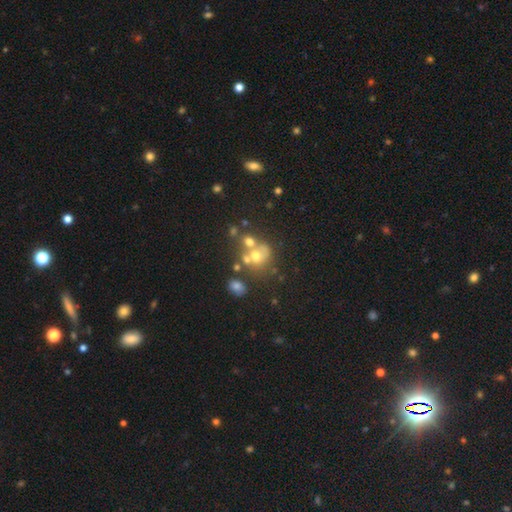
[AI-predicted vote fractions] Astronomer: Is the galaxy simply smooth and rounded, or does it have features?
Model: smooth — 51% (runner-up: featured or disk, 30%).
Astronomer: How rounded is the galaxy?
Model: round — 69%.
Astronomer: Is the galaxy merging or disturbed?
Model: merger — 43% (runner-up: none, 35%).